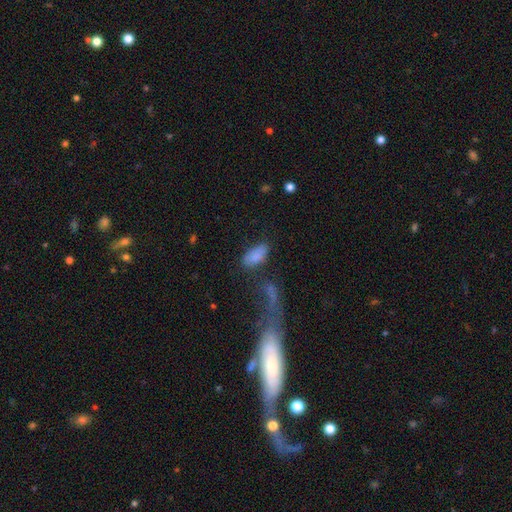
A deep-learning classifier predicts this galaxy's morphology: smooth_or_featured: smooth (p=0.84) [alt: featured or disk p=0.08]
how_rounded: in between (p=0.90) [alt: cigar-shaped p=0.07]
merging: none (p=0.59) [alt: minor disturbance p=0.20]